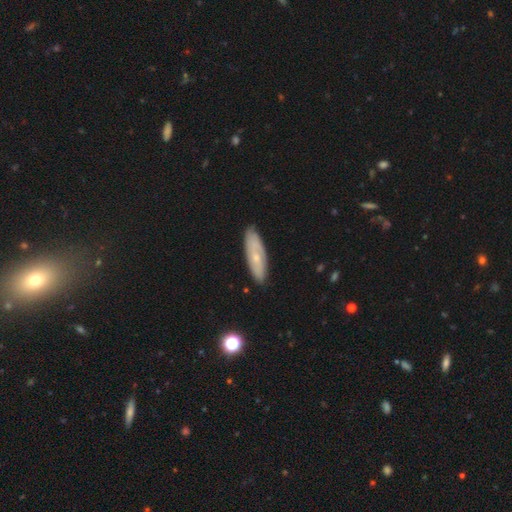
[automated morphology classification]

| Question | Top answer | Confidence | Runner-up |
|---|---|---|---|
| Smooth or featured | smooth | 50% | featured or disk (43%) |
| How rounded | cigar-shaped | 53% | in between (45%) |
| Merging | none | 85% | minor disturbance (12%) |